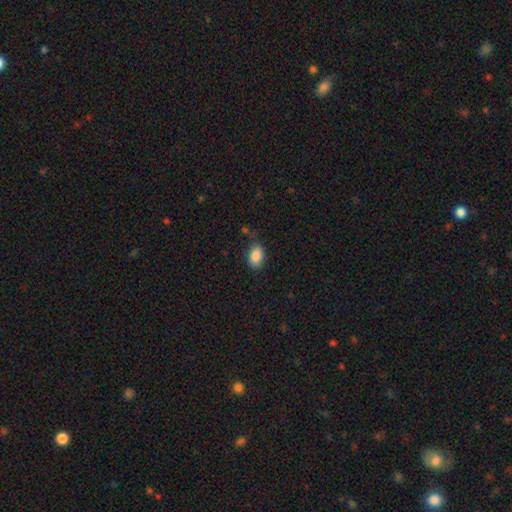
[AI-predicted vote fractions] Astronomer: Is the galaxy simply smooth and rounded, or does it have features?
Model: smooth — 88%.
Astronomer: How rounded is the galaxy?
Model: in between — 86%.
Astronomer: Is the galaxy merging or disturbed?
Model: none — 78%.